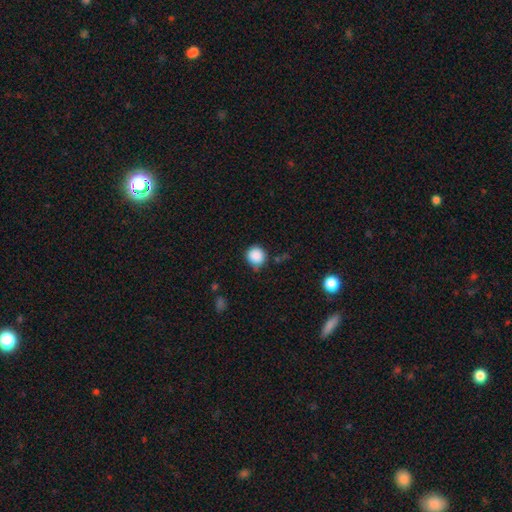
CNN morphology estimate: type=smooth (88%); roundness=round (91%); merging=none (73%).